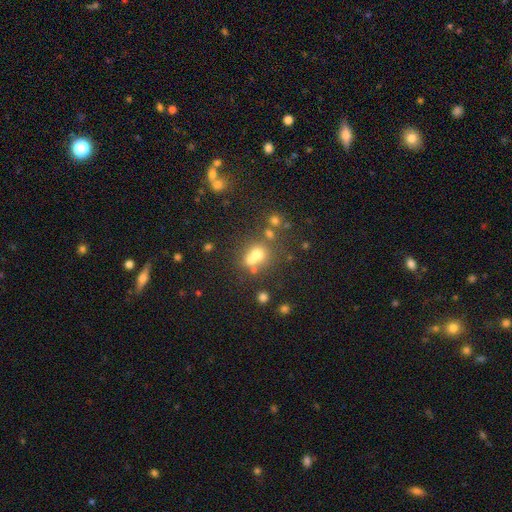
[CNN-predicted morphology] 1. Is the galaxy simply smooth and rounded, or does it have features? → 61% smooth, 20% star or artifact, 19% featured or disk.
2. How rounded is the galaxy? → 74% round, 25% in between, 1% cigar-shaped.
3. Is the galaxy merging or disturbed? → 44% merger, 42% none, 9% minor disturbance, 5% major disturbance.